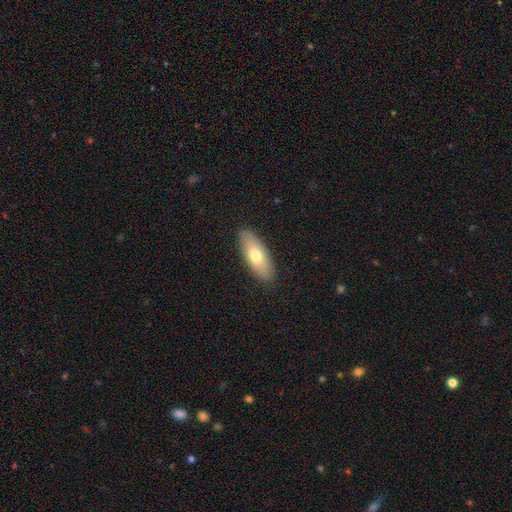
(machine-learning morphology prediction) Smooth or featured: smooth — 70% (featured or disk — 24%)
How rounded: in between — 74% (cigar-shaped — 24%)
Merging: none — 89% (minor disturbance — 9%)